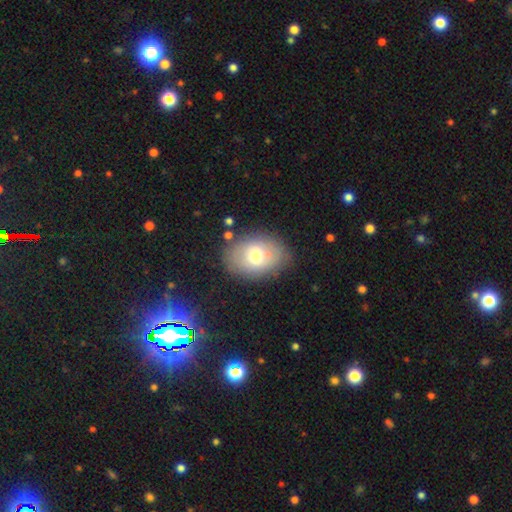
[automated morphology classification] Smooth or featured?
  - smooth: 64% *
  - featured or disk: 27%
  - star or artifact: 9%
How rounded?
  - in between: 78% *
  - round: 21%
  - cigar-shaped: 1%
Merging?
  - none: 72% *
  - minor disturbance: 15%
  - merger: 8%
  - major disturbance: 4%